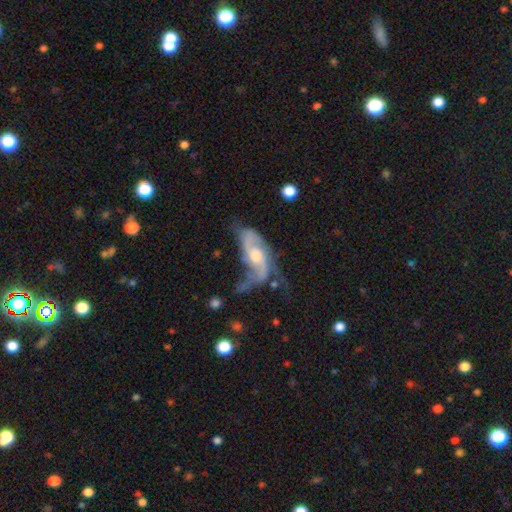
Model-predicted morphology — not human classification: Smooth or featured? featured or disk (81%)
Edge-on disk? no (91%)
Bar? no (59%)
Spiral arms? yes (91%)
Spiral winding? loose (50%)
Spiral arm count? 2 (68%)
Bulge size? moderate (64%)
Merging? none (36%)